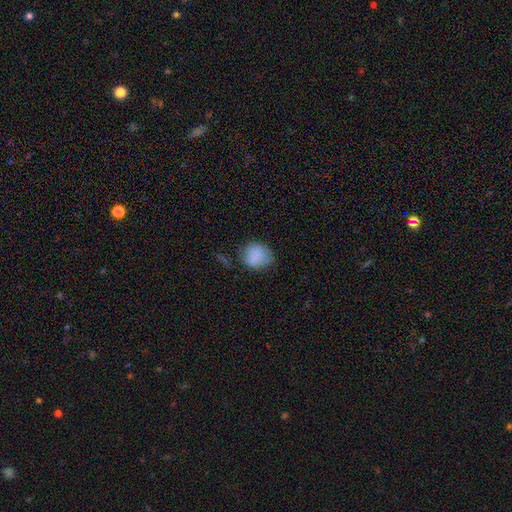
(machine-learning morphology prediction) A smooth galaxy with no disk features (84%) that is round (69%). Merging: none (68%).